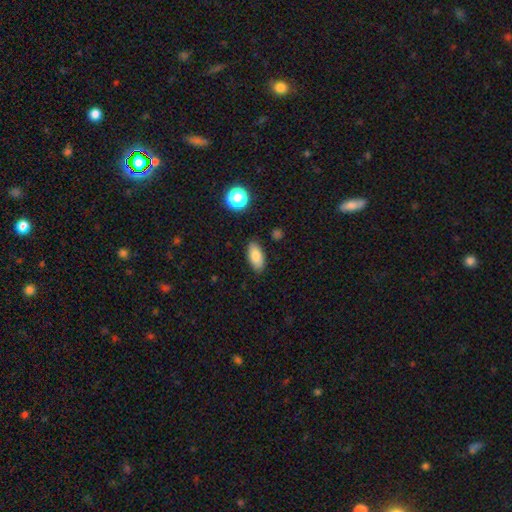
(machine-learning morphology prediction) Smooth or featured? Predicted: smooth (p=0.82). How rounded? Predicted: in between (p=0.89). Merging? Predicted: none (p=0.86).